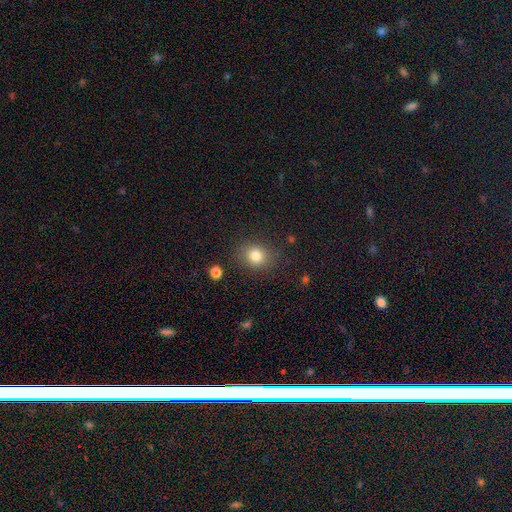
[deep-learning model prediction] Smooth or featured? Predicted: smooth (p=0.81). How rounded? Predicted: round (p=0.66). Merging? Predicted: none (p=0.84).